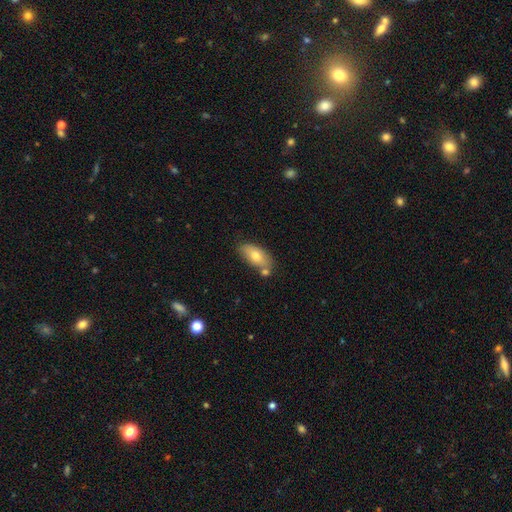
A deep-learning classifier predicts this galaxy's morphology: smooth_or_featured: smooth (p=0.72) [alt: featured or disk p=0.21]
how_rounded: in between (p=0.89) [alt: cigar-shaped p=0.08]
merging: none (p=0.65) [alt: minor disturbance p=0.17]